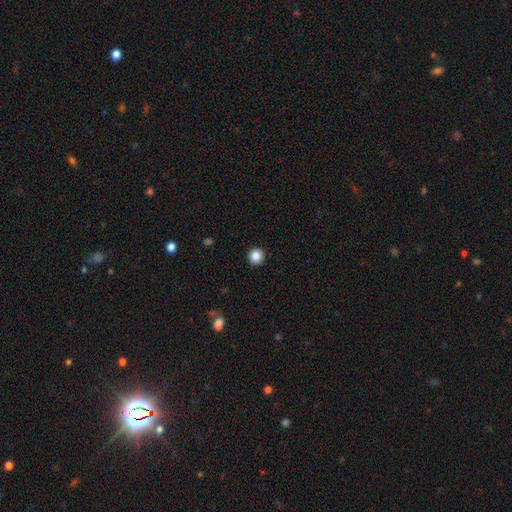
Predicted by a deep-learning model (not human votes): This appears to be a smooth galaxy with no disk features (85%) that is round (94%). Merging: none (93%).